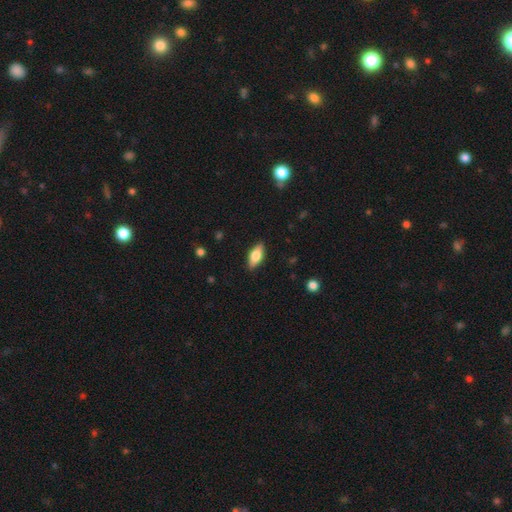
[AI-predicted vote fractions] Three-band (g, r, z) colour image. It shows a smooth galaxy with no disk features (70%) that is in between round and cigar-shaped (83%). Merging: none (88%).